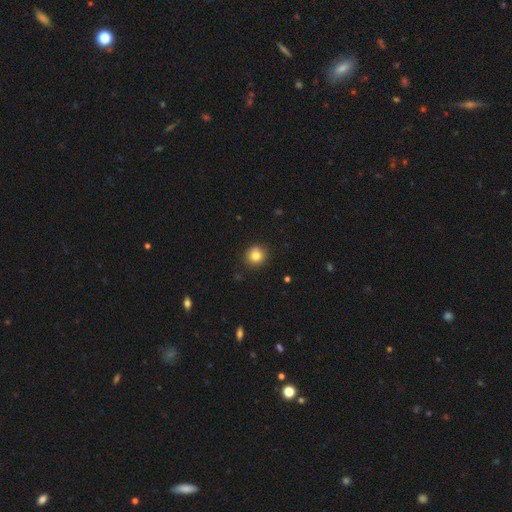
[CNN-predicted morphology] The model was most divided on "smooth or featured": smooth: 82%, star or artifact: 11%, featured or disk: 7%. More confident: how rounded — round (91%); merging — none (88%).